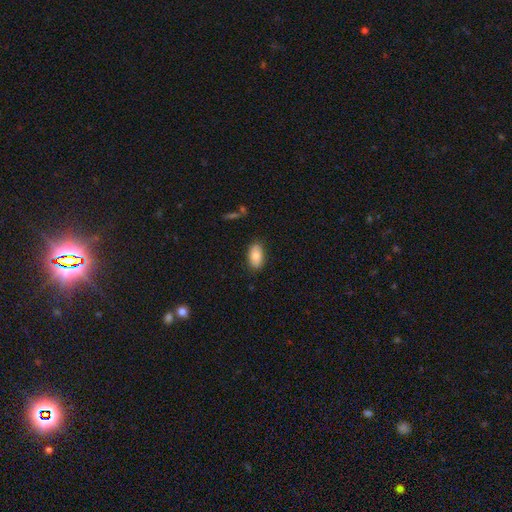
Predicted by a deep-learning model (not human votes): This is clearly a smooth galaxy (81%). How rounded: clearly in between (93%). Merging: clearly none (84%).